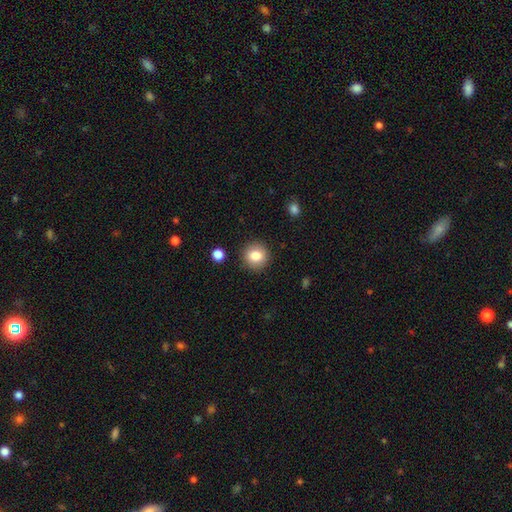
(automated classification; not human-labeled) Q: Smooth or featured?
A: smooth (83%); runner-up: star or artifact (10%)
Q: How rounded?
A: round (90%); runner-up: in between (9%)
Q: Merging?
A: none (89%); runner-up: minor disturbance (7%)